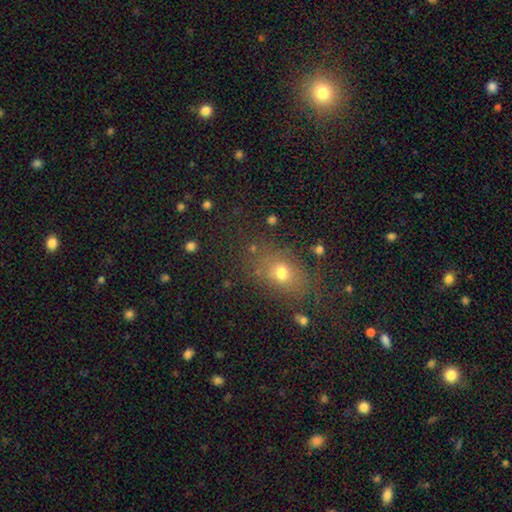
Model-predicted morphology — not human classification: This appears to be a smooth galaxy with no disk features (60%) that is in between round and cigar-shaped (59%). Merging: none (81%).